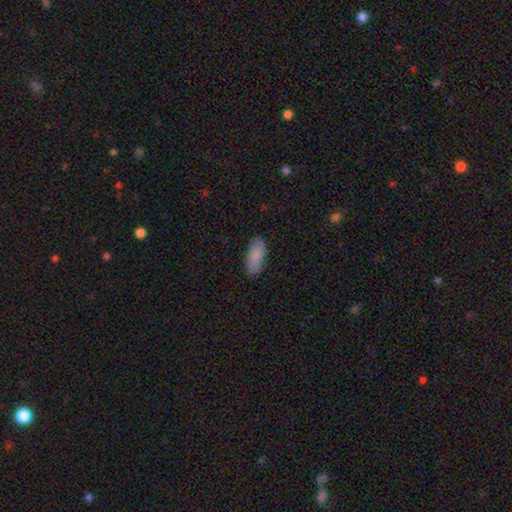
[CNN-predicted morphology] Smooth or featured: smooth — 87% (featured or disk — 7%)
How rounded: in between — 82% (cigar-shaped — 16%)
Merging: none — 85% (minor disturbance — 12%)